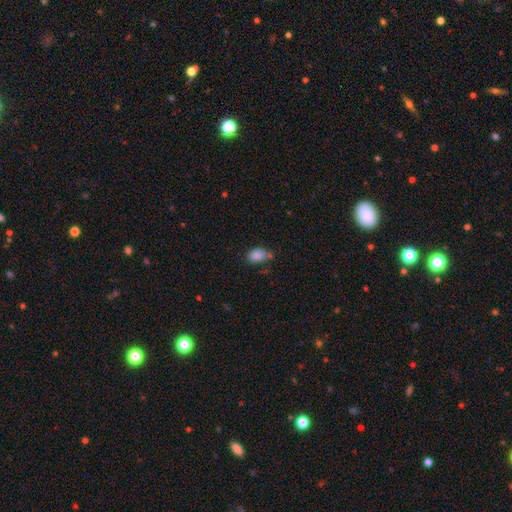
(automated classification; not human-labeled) smooth 85%, star or artifact 9%, featured or disk 6%. Down the decision tree: how rounded — in between (83%); merging — none (61%).